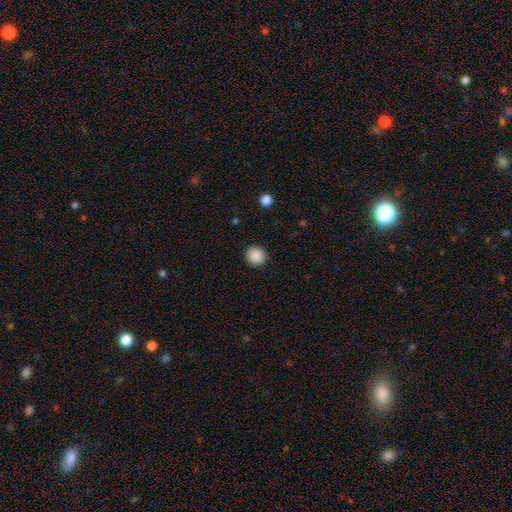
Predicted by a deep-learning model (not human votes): smooth 89%, star or artifact 9%, featured or disk 2%. Down the decision tree: how rounded — round (87%); merging — none (91%).